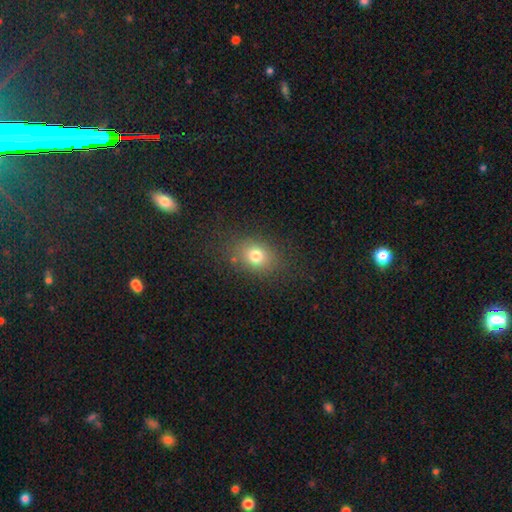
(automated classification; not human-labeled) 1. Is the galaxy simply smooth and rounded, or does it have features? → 76% smooth, 14% star or artifact, 10% featured or disk.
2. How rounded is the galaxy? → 52% in between, 46% round, 1% cigar-shaped.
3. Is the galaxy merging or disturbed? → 81% none, 12% minor disturbance, 5% major disturbance, 2% merger.